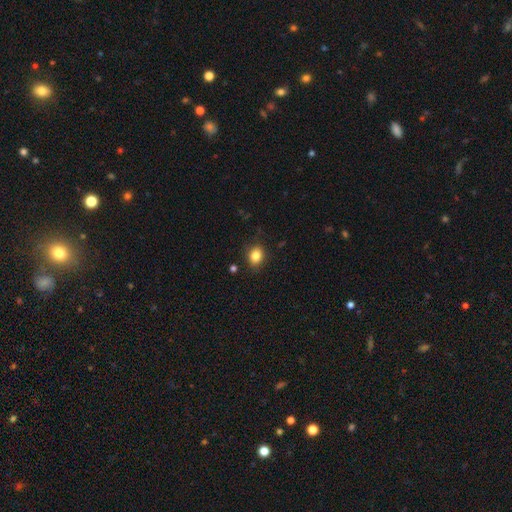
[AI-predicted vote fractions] smooth-or-featured: smooth: 84% | star or artifact: 10% | featured or disk: 6%
  how-rounded: in between: 51% | round: 48% | cigar-shaped: 1%
  merging: none: 86% | minor disturbance: 10% | major disturbance: 3% | merger: 1%